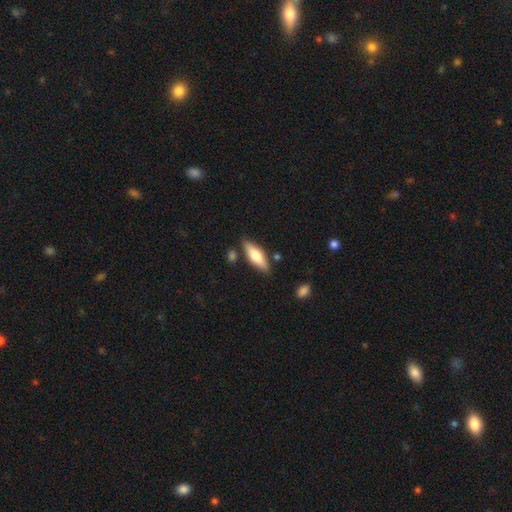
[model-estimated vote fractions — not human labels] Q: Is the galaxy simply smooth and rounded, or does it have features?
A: smooth — 60%.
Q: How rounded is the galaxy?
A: in between — 54%.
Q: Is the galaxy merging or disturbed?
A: none — 81%.